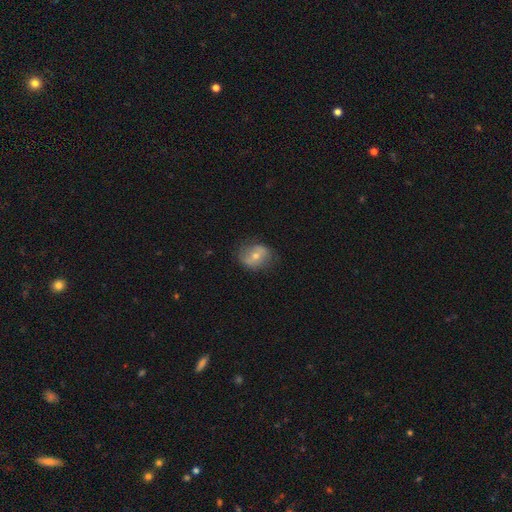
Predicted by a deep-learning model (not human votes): Morphology: type=featured or disk (51%); edge-on=no (92%); merging=none (77%).